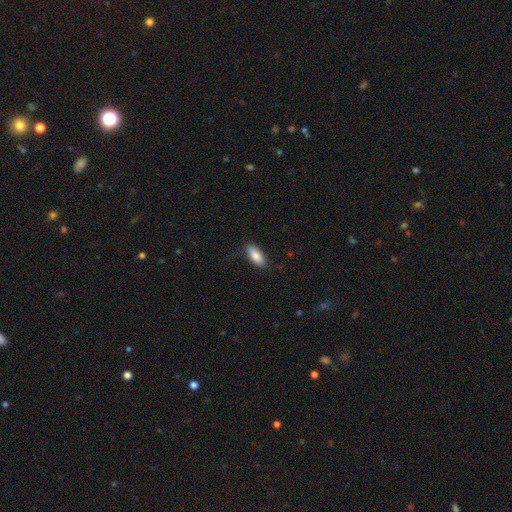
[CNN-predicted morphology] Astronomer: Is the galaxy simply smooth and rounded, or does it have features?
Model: smooth — 85%.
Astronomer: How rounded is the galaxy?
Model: in between — 82%.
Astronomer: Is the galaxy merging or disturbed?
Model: none — 84%.